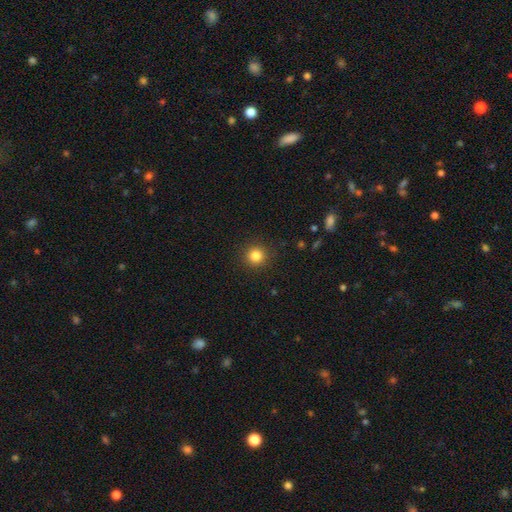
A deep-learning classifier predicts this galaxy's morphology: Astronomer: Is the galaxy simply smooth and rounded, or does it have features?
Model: smooth — 83%.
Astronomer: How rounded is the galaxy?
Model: round — 94%.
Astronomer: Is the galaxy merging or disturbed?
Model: none — 91%.